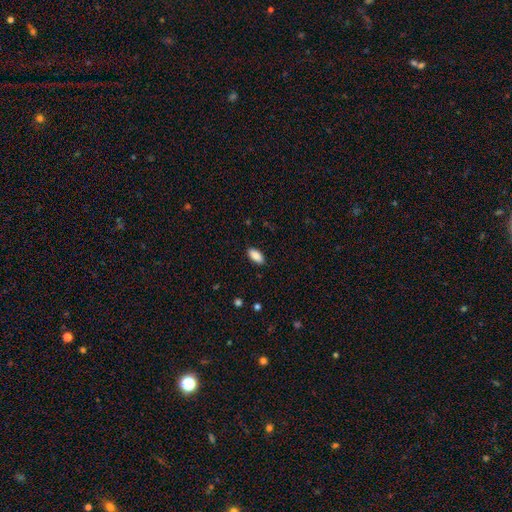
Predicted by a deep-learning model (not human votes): smooth_or_featured: smooth (p=0.89) [alt: star or artifact p=0.07]
how_rounded: in between (p=0.91) [alt: cigar-shaped p=0.07]
merging: none (p=0.88) [alt: minor disturbance p=0.09]